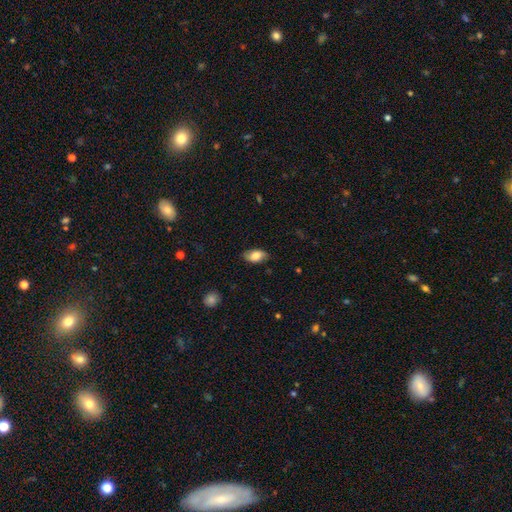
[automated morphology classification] A smooth galaxy with no disk features (78%) that is in between round and cigar-shaped (92%). Merging: none (80%).